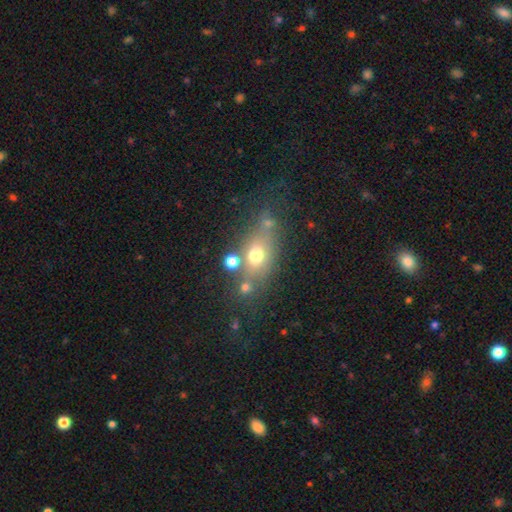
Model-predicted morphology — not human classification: smooth_or_featured: smooth (p=0.63) [alt: featured or disk p=0.21]
how_rounded: in between (p=0.62) [alt: round p=0.29]
merging: none (p=0.58) [alt: minor disturbance p=0.17]